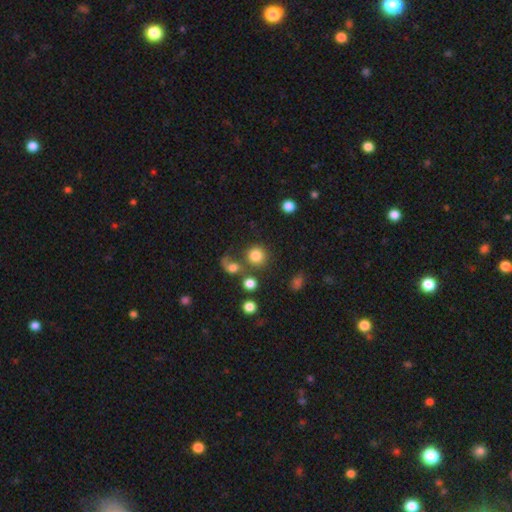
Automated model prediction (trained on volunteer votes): Overall: smooth (80%). How rounded: round (90%). Merging: none (64%).